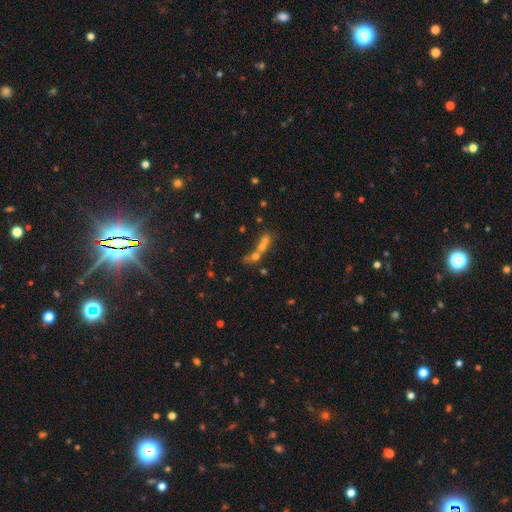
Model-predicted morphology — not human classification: Smooth or featured: smooth — 47% (featured or disk — 27%)
Merging: merger — 61% (none — 26%)